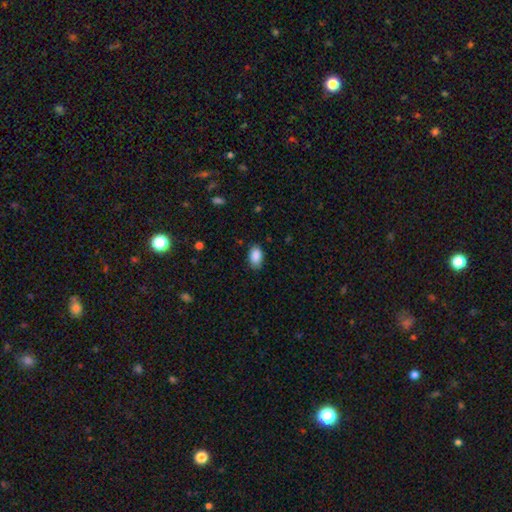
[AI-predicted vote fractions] smooth 90%, star or artifact 7%, featured or disk 3%. Down the decision tree: how rounded — in between (91%); merging — none (82%).